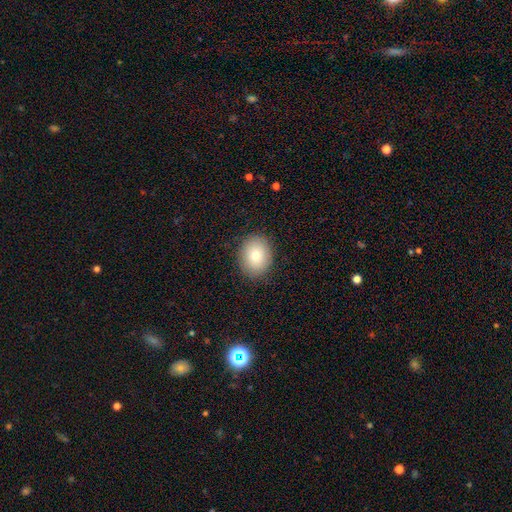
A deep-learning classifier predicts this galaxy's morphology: Q: Smooth or featured?
A: smooth (79%); runner-up: featured or disk (12%)
Q: How rounded?
A: round (55%); runner-up: in between (44%)
Q: Merging?
A: none (88%); runner-up: minor disturbance (9%)